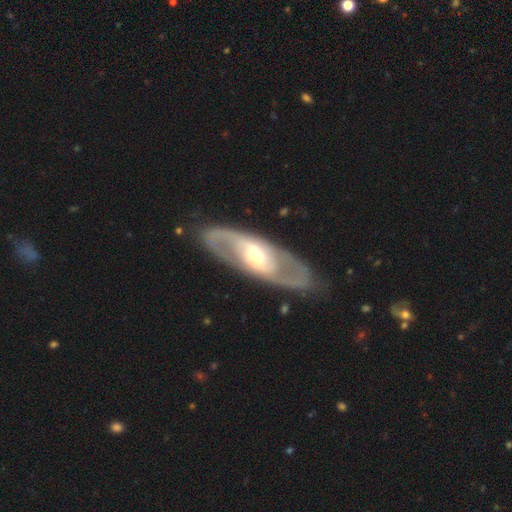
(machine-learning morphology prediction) A featured or disk galaxy (79%) with a weak bar (36%, tied with no), spiral arms (71%) and a moderate central bulge (50%). Merging: none (83%).